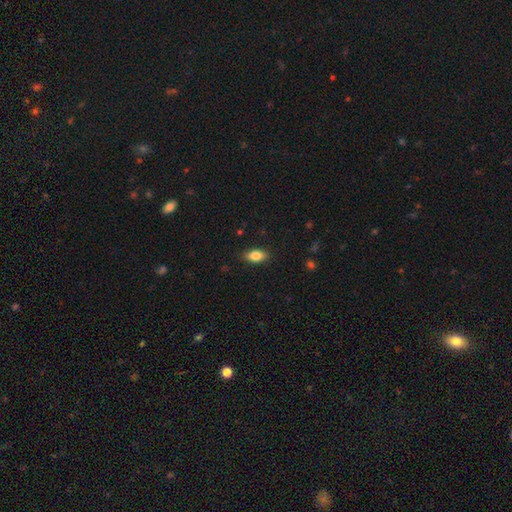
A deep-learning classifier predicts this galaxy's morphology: A smooth galaxy with no disk features (82%) that is in between round and cigar-shaped (88%).

Vote fractions:
- Smooth or featured? smooth: 82% / featured or disk: 10% / star or artifact: 7%
- How rounded? in between: 88% / cigar-shaped: 7% / round: 5%
- Merging? none: 86% / minor disturbance: 11% / major disturbance: 2% / merger: 1%